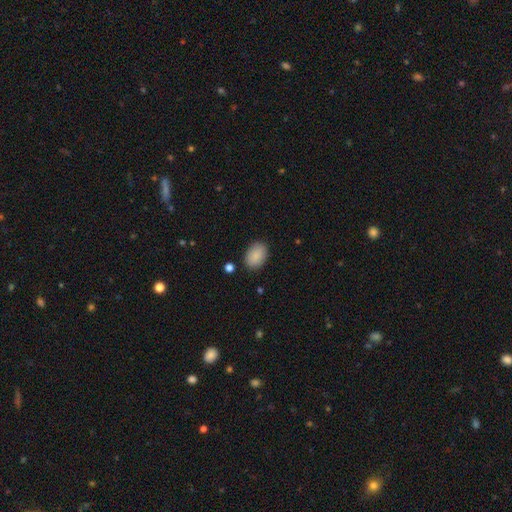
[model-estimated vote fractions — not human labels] Smooth or featured? Predicted: smooth (p=0.89). How rounded? Predicted: in between (p=0.87). Merging? Predicted: none (p=0.86).